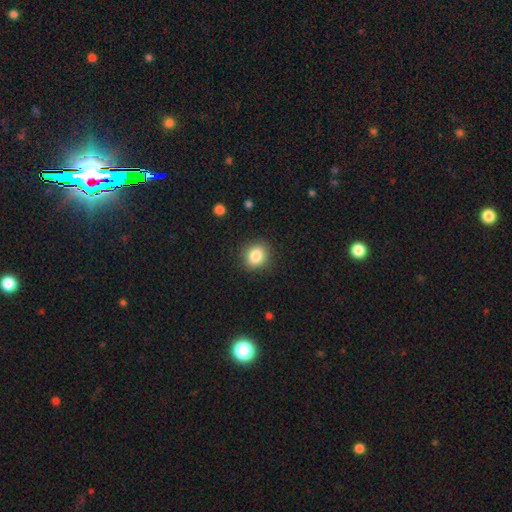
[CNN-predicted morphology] This appears to be a smooth galaxy with no disk features (84%) that is round (72%). Merging: none (88%).